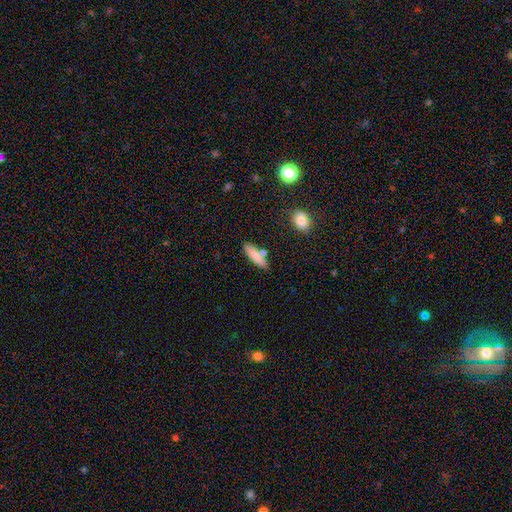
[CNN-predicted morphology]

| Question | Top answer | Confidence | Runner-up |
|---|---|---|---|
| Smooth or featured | smooth | 80% | featured or disk (13%) |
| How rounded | cigar-shaped | 63% | in between (35%) |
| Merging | none | 77% | minor disturbance (12%) |